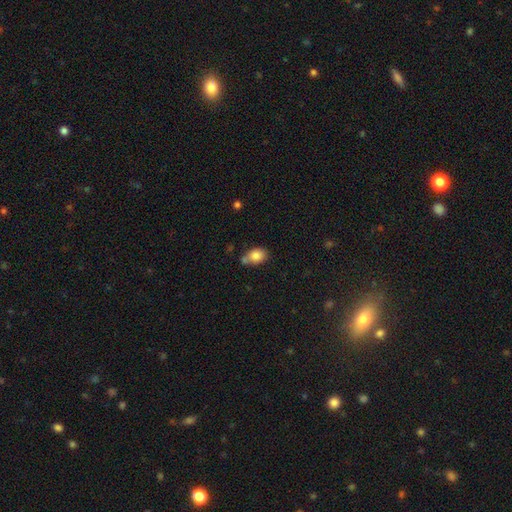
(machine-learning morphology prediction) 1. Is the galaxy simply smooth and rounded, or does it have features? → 83% smooth, 9% star or artifact, 8% featured or disk.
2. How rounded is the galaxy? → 72% in between, 27% round, 1% cigar-shaped.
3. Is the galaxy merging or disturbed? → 57% none, 19% merger, 19% minor disturbance, 5% major disturbance.